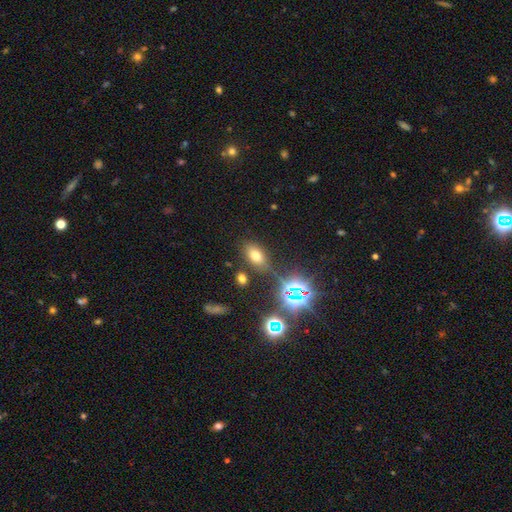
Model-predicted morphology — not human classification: Q: Smooth or featured?
A: smooth (62%); runner-up: star or artifact (27%)
Q: How rounded?
A: in between (85%); runner-up: round (11%)
Q: Merging?
A: none (76%); runner-up: minor disturbance (13%)